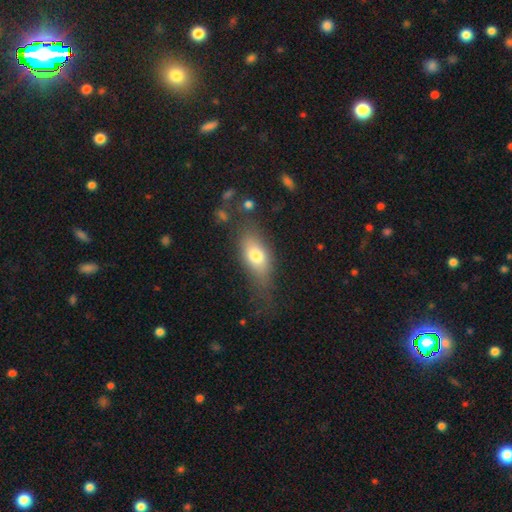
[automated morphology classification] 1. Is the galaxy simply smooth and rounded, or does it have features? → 71% smooth, 20% featured or disk, 9% star or artifact.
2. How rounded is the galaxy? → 80% in between, 13% cigar-shaped, 8% round.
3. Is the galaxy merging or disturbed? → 56% none, 25% minor disturbance, 15% major disturbance, 4% merger.